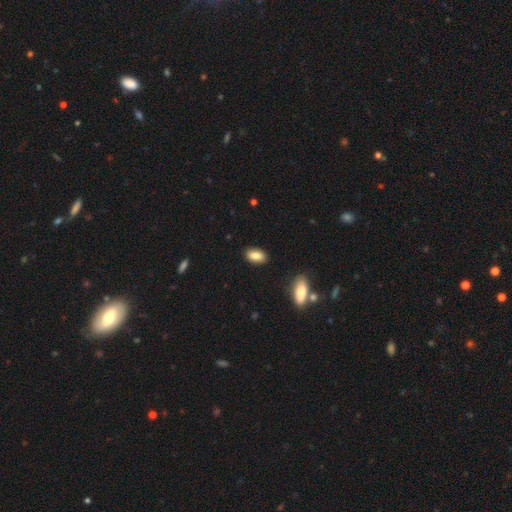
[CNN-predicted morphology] A smooth galaxy with no disk features (86%) that is in between round and cigar-shaped (92%). Merging: none (87%).